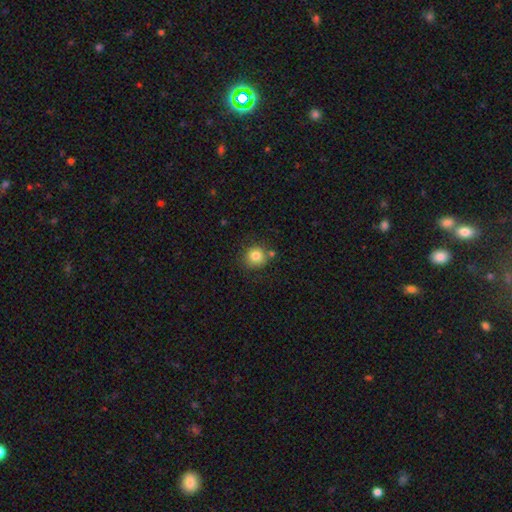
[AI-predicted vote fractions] smooth_or_featured: smooth (p=0.82) [alt: star or artifact p=0.11]
how_rounded: round (p=0.88) [alt: in between p=0.11]
merging: none (p=0.74) [alt: minor disturbance p=0.13]